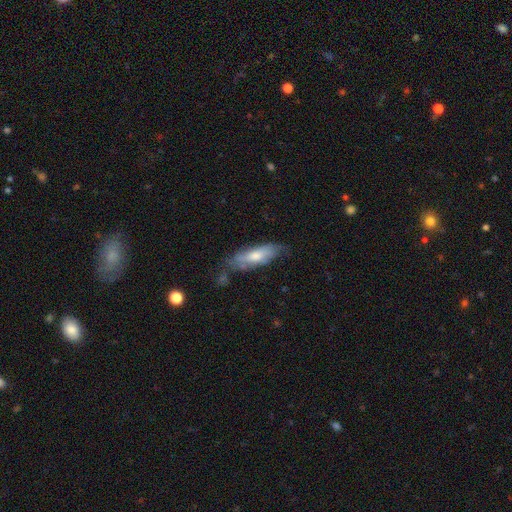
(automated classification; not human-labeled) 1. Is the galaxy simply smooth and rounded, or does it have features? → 51% smooth, 42% featured or disk, 7% star or artifact.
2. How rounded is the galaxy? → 52% in between, 46% cigar-shaped, 2% round.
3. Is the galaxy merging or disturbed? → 60% none, 28% minor disturbance, 8% major disturbance, 4% merger.